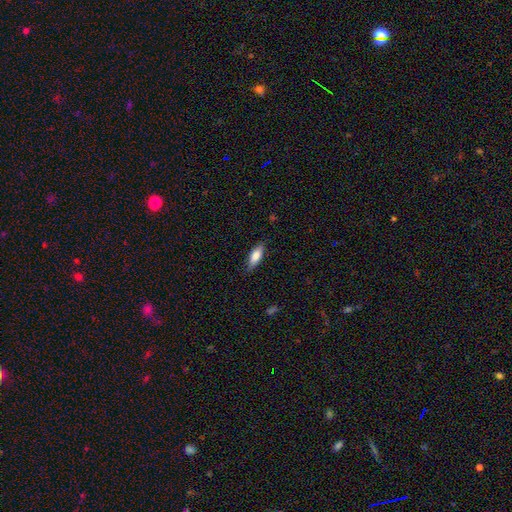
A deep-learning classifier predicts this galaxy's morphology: This appears to be a smooth galaxy with no disk features (77%) that is in between round and cigar-shaped (62%). Merging: none (81%).